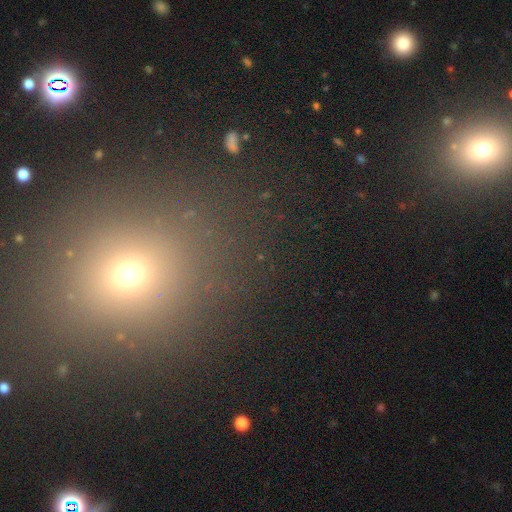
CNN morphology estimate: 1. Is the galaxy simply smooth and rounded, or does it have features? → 53% smooth, 38% star or artifact, 9% featured or disk.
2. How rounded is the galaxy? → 67% round, 31% in between, 2% cigar-shaped.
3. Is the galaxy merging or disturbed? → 83% none, 8% minor disturbance, 4% merger, 4% major disturbance.